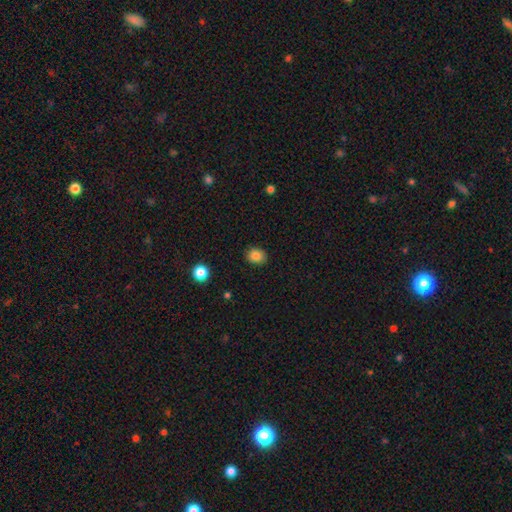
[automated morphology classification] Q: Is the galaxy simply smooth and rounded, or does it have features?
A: smooth — 84%.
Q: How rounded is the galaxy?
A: round — 61%.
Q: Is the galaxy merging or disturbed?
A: none — 88%.